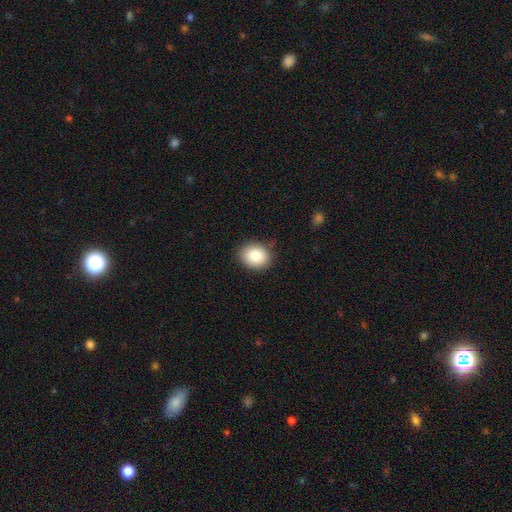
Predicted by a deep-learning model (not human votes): A smooth galaxy with no disk features (85%) that is in between round and cigar-shaped (50%). Merging: none (84%).